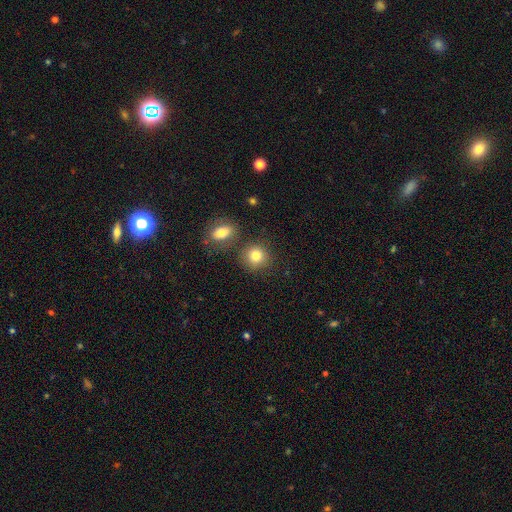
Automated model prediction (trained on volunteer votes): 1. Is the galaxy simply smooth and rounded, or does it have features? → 82% smooth, 10% star or artifact, 8% featured or disk.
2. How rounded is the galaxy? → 84% round, 15% in between, 1% cigar-shaped.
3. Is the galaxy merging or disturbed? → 75% none, 13% merger, 9% minor disturbance, 3% major disturbance.